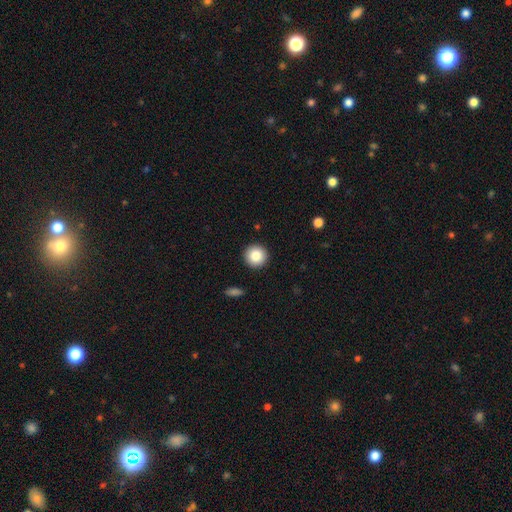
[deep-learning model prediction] The model was most divided on "smooth or featured": smooth: 85%, star or artifact: 9%, featured or disk: 7%. More confident: how rounded — round (95%); merging — none (92%).